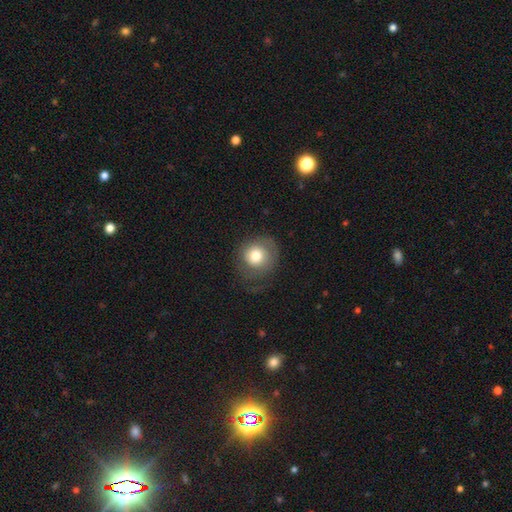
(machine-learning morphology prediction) Smooth or featured? Predicted: smooth (p=0.72). How rounded? Predicted: round (p=0.84). Merging? Predicted: none (p=0.57).